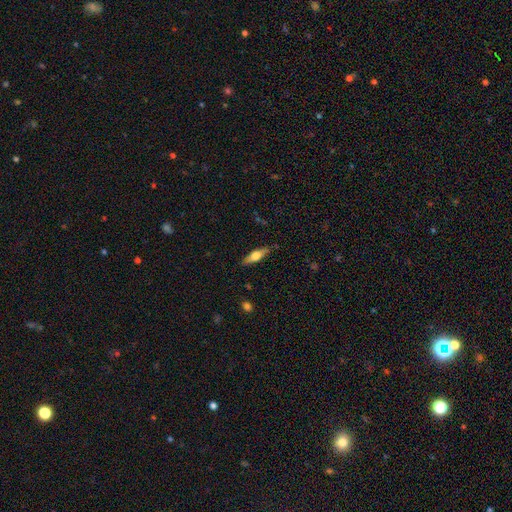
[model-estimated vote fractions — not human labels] Smooth or featured: smooth — 48% (featured or disk — 46%)
Merging: none — 85% (minor disturbance — 11%)